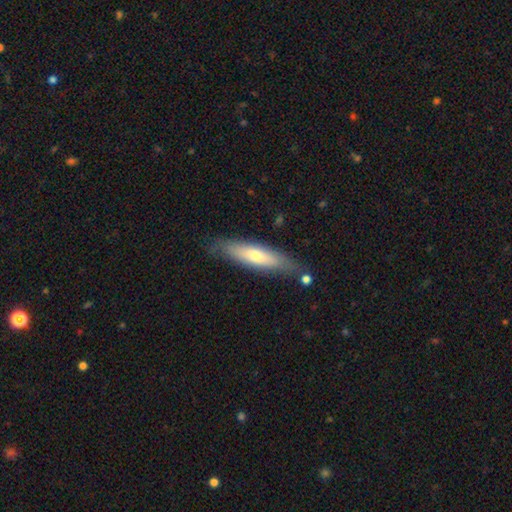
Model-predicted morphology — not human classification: smooth 61%, featured or disk 34%, star or artifact 6%. Down the decision tree: how rounded — cigar-shaped (73%); merging — none (78%).